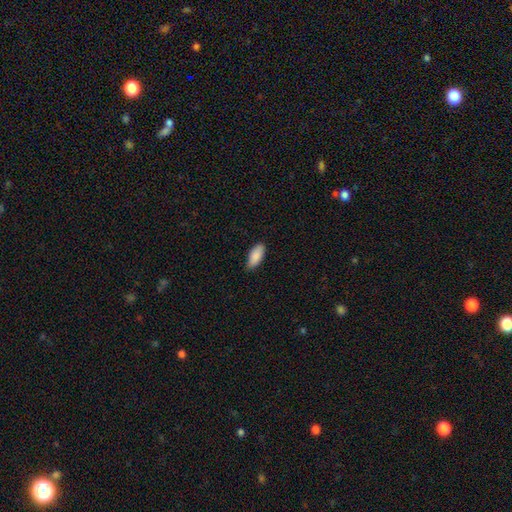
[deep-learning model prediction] This is clearly a smooth galaxy (89%). How rounded: clearly in between (89%). Merging: clearly none (81%).